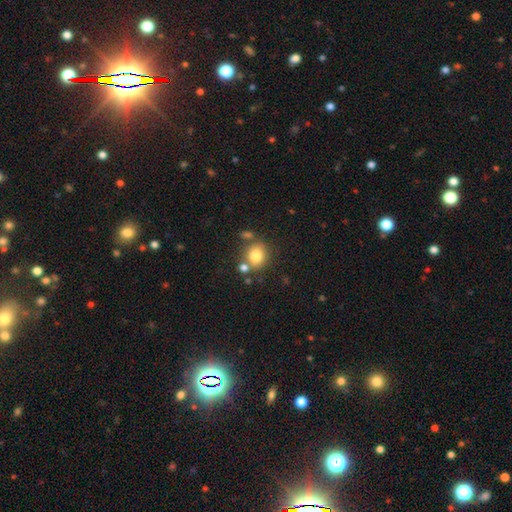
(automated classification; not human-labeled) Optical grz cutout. It shows a smooth galaxy with no disk features (80%) that is round (72%). Merging: none (66%).